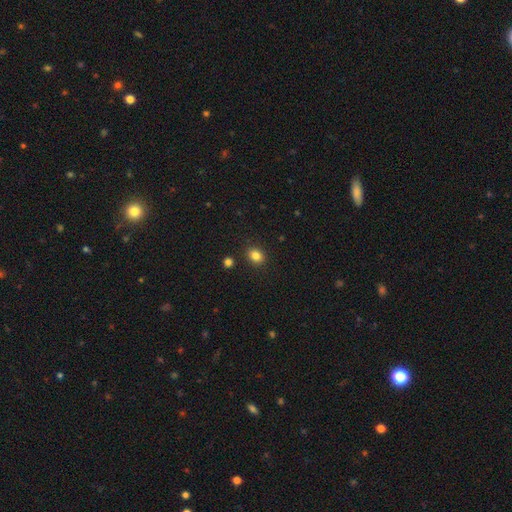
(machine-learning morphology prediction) Q: Smooth or featured?
A: smooth (84%); runner-up: star or artifact (11%)
Q: How rounded?
A: round (55%); runner-up: in between (44%)
Q: Merging?
A: none (88%); runner-up: minor disturbance (7%)